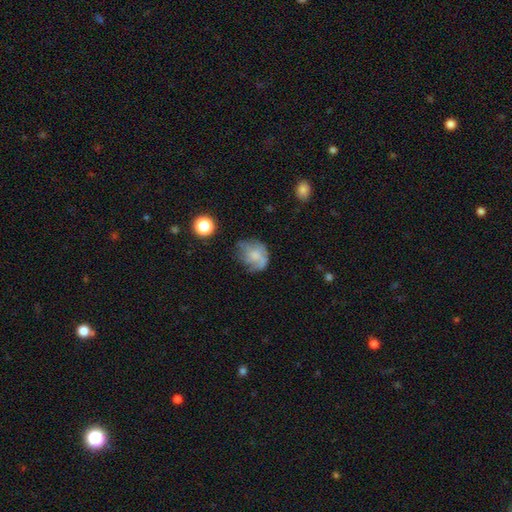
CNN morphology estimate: A smooth galaxy with no disk features (50%) that is round (60%).

Vote fractions:
- Smooth or featured? smooth: 50% / featured or disk: 39% / star or artifact: 11%
- How rounded? round: 60% / in between: 39% / cigar-shaped: 1%
- Merging? none: 47% / minor disturbance: 28% / major disturbance: 22% / merger: 3%